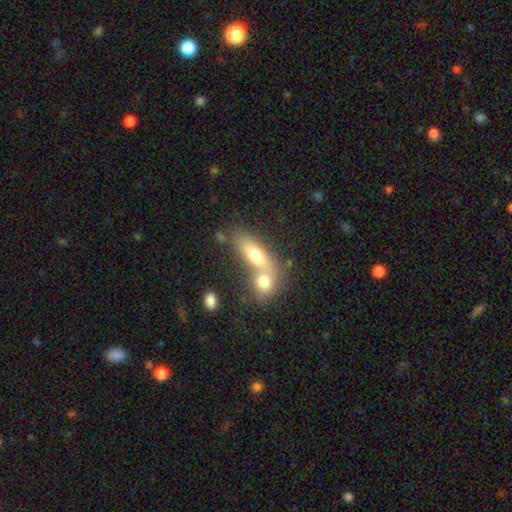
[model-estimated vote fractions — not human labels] This is likely a smooth galaxy (67%). How rounded: likely in between (61%). Merging: possibly merger (57%).